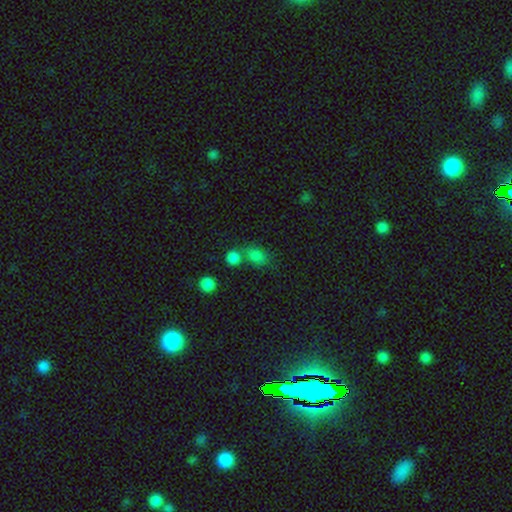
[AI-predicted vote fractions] This appears to be a smooth galaxy with no disk features (79%) that is in between round and cigar-shaped (59%). Merging: none (51%).